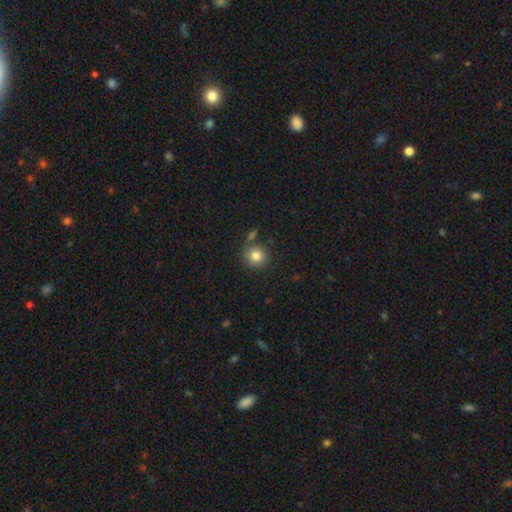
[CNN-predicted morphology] A smooth galaxy with no disk features (81%) that is round (91%).

Vote fractions:
- Smooth or featured? smooth: 81% / star or artifact: 11% / featured or disk: 8%
- How rounded? round: 91% / in between: 8% / cigar-shaped: 1%
- Merging? none: 76% / minor disturbance: 11% / merger: 10% / major disturbance: 3%